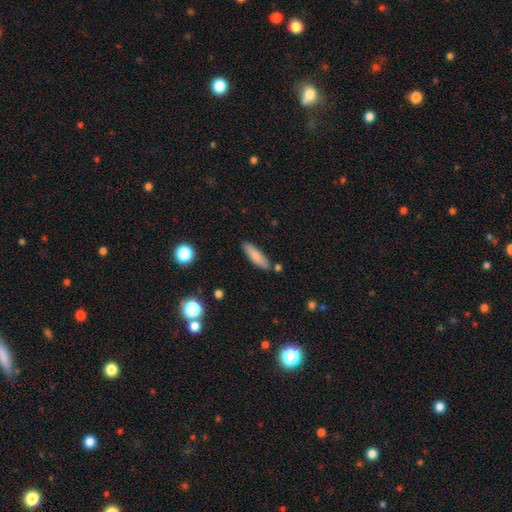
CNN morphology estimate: Smooth or featured? Predicted: smooth (p=0.82). How rounded? Predicted: cigar-shaped (p=0.60). Merging? Predicted: none (p=0.82).